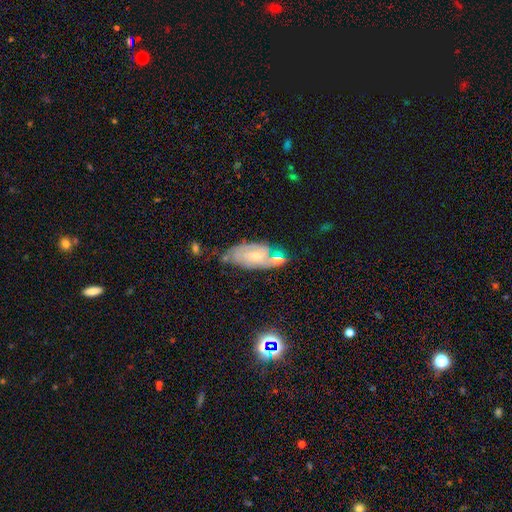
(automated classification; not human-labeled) smooth_or_featured: featured or disk (p=0.63) [alt: smooth p=0.26]
disk_edge_on: no (p=0.91) [alt: yes p=0.09]
bar: no (p=0.61) [alt: weak p=0.32]
has_spiral_arms: yes (p=0.84) [alt: no p=0.16]
bulge_size: small (p=0.67) [alt: moderate p=0.26]
merging: none (p=0.54) [alt: minor disturbance p=0.25]